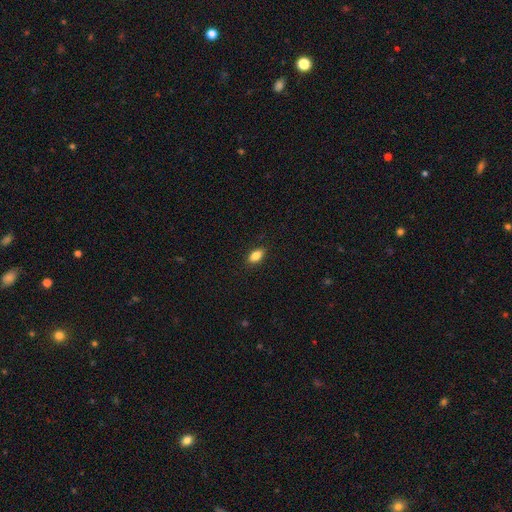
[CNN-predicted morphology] This is clearly a smooth galaxy (85%). How rounded: clearly in between (88%). Merging: clearly none (88%).